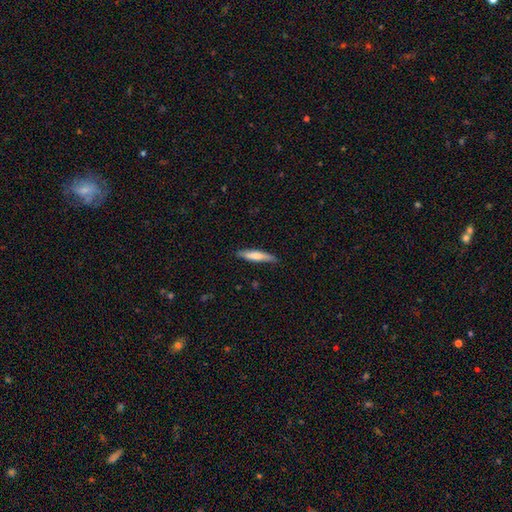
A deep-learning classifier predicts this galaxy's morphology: The model was most divided on "smooth or featured": smooth: 69%, featured or disk: 26%, star or artifact: 5%. More confident: how rounded — cigar-shaped (87%); merging — none (85%).